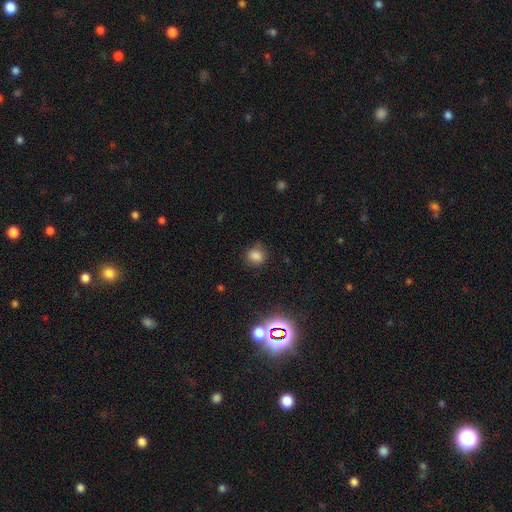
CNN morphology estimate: A smooth galaxy with no disk features (80%) that is round (80%).

Vote fractions:
- Smooth or featured? smooth: 80% / star or artifact: 15% / featured or disk: 5%
- How rounded? round: 80% / in between: 19% / cigar-shaped: 1%
- Merging? none: 76% / minor disturbance: 17% / major disturbance: 5% / merger: 2%